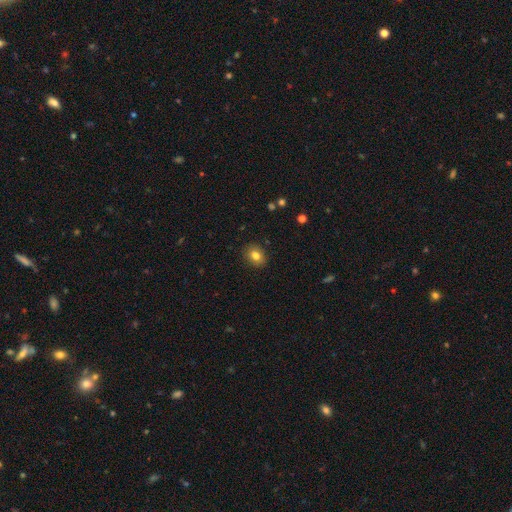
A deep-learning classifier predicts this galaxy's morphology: Q: Smooth or featured?
A: smooth (81%); runner-up: star or artifact (10%)
Q: How rounded?
A: round (54%); runner-up: in between (45%)
Q: Merging?
A: none (89%); runner-up: minor disturbance (8%)